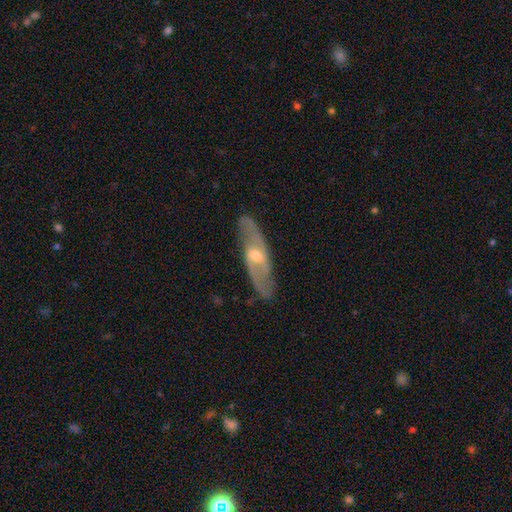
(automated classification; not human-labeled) A featured or disk galaxy (76%) with a weak bar (46%), spiral arms (81%) and a moderate central bulge (63%). Merging: none (84%).